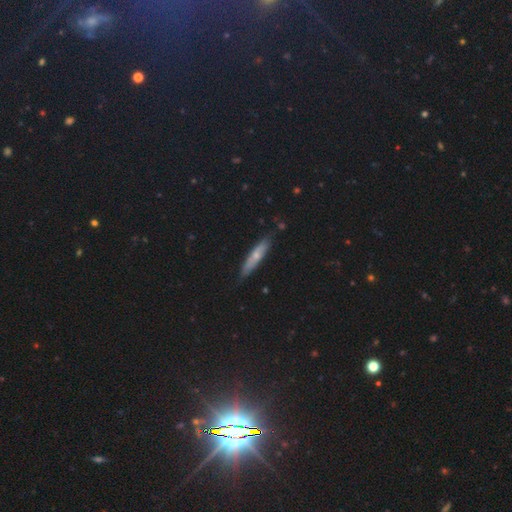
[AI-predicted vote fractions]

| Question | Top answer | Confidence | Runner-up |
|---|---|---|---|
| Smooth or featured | smooth | 51% | featured or disk (42%) |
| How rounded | cigar-shaped | 83% | in between (15%) |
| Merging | none | 80% | minor disturbance (16%) |